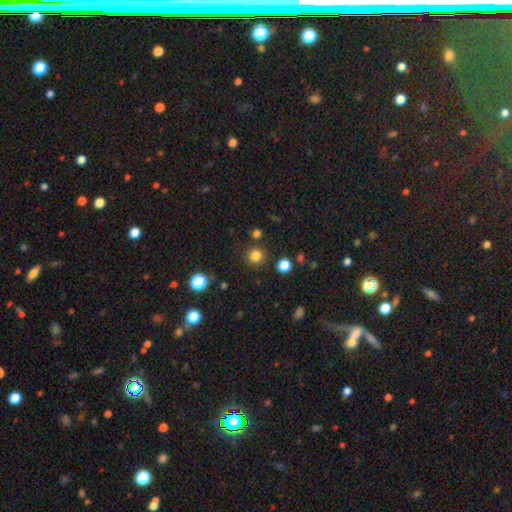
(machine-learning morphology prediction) Q: Smooth or featured?
A: smooth (81%); runner-up: star or artifact (15%)
Q: How rounded?
A: round (94%); runner-up: in between (5%)
Q: Merging?
A: none (87%); runner-up: minor disturbance (7%)